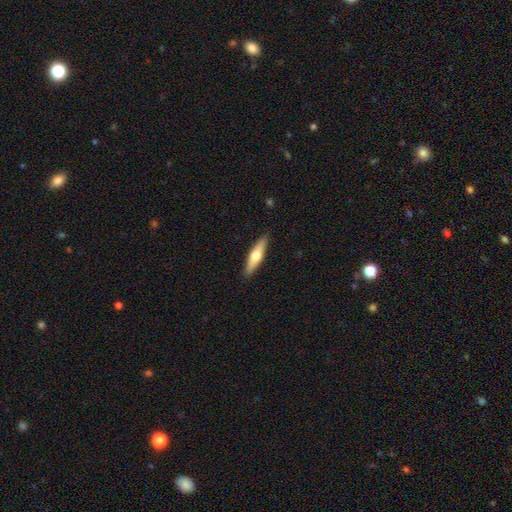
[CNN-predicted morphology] The model was most divided on "smooth or featured": smooth: 52%, featured or disk: 43%, star or artifact: 5%. More confident: merging — none (90%); how rounded — cigar-shaped (73%).